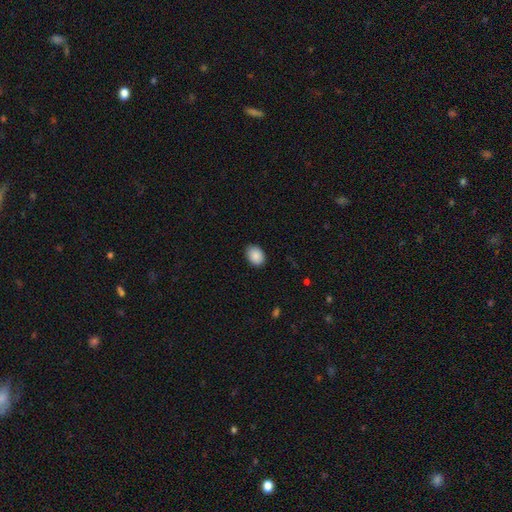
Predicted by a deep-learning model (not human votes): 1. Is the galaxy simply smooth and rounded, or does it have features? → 89% smooth, 7% star or artifact, 4% featured or disk.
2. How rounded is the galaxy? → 70% in between, 29% round, 1% cigar-shaped.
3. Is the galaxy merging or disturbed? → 88% none, 9% minor disturbance, 2% major disturbance, 1% merger.